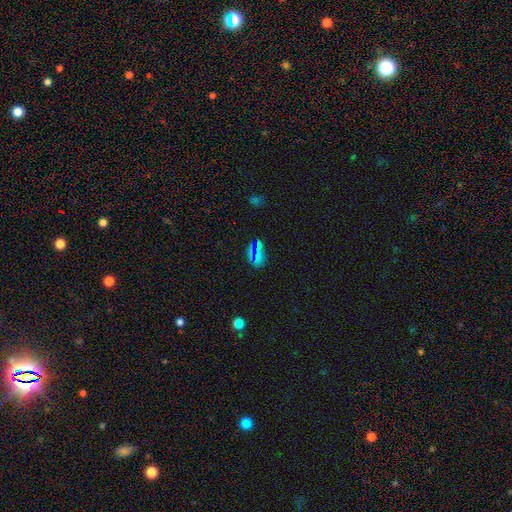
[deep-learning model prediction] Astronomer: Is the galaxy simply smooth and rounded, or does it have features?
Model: smooth — 56% (runner-up: star or artifact, 34%).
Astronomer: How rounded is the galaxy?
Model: in between — 63%.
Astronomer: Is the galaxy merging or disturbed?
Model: none — 72%.